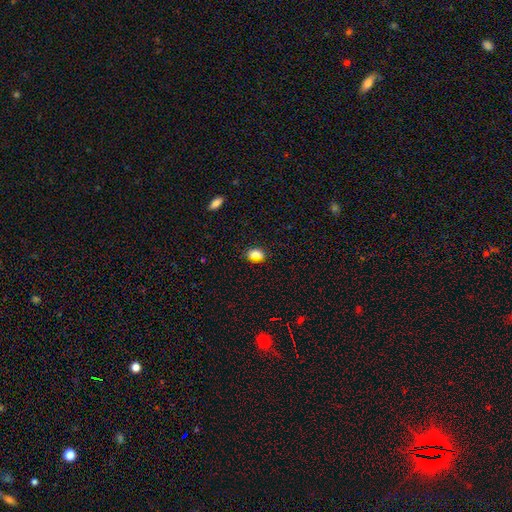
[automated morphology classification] A smooth galaxy with no disk features (79%) that is in between round and cigar-shaped (71%). Merging: none (87%).